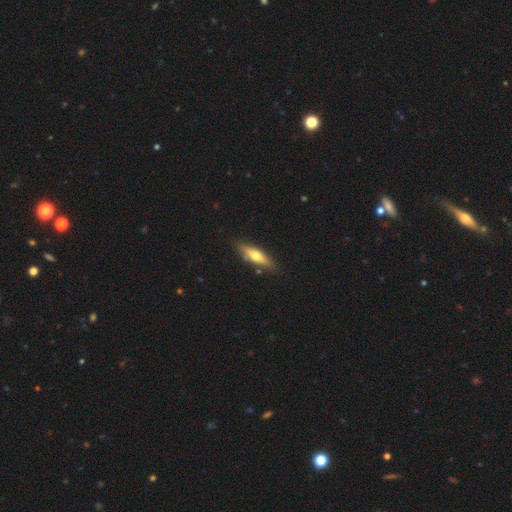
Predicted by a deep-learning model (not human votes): This is possibly a smooth galaxy (54%). How rounded: likely cigar-shaped (62%). Merging: clearly none (81%).